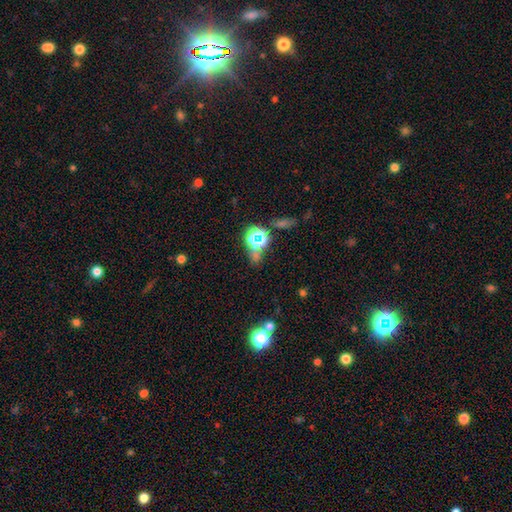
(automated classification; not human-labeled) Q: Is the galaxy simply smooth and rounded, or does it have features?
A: star or artifact — 61%.